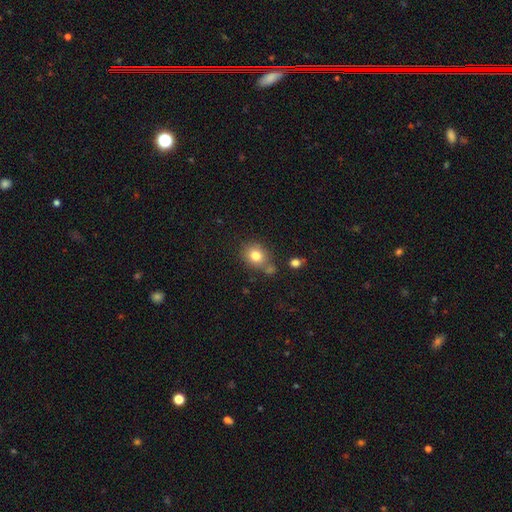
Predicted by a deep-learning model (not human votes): Smooth or featured?
  - smooth: 80% *
  - star or artifact: 11%
  - featured or disk: 9%
How rounded?
  - round: 66% *
  - in between: 33%
  - cigar-shaped: 1%
Merging?
  - none: 64% *
  - merger: 16%
  - minor disturbance: 15%
  - major disturbance: 5%